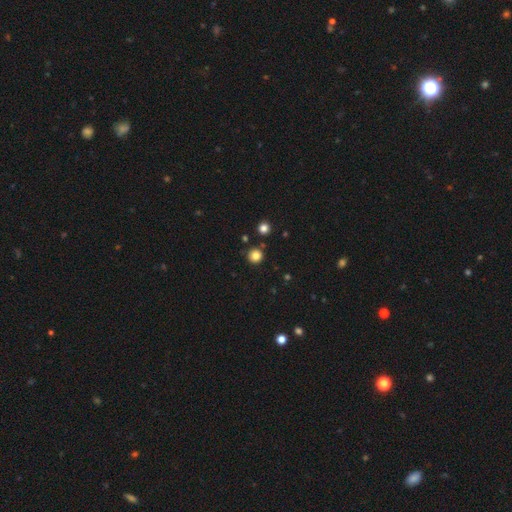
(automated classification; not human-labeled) Morphology: type=smooth (83%); roundness=round (94%); merging=none (87%).